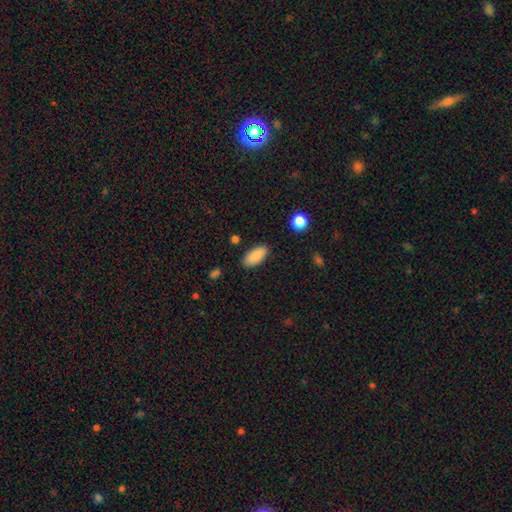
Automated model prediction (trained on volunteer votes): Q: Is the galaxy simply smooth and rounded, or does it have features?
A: smooth — 88%.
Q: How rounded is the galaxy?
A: in between — 88%.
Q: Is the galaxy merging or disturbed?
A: none — 86%.